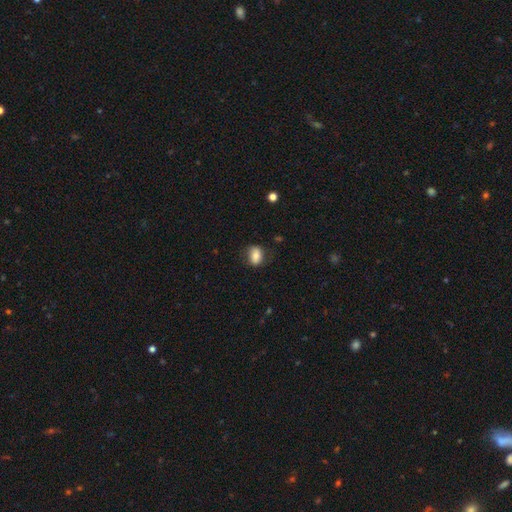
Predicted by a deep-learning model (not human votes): This appears to be a smooth galaxy with no disk features (78%) that is in between round and cigar-shaped (71%). Merging: none (73%).